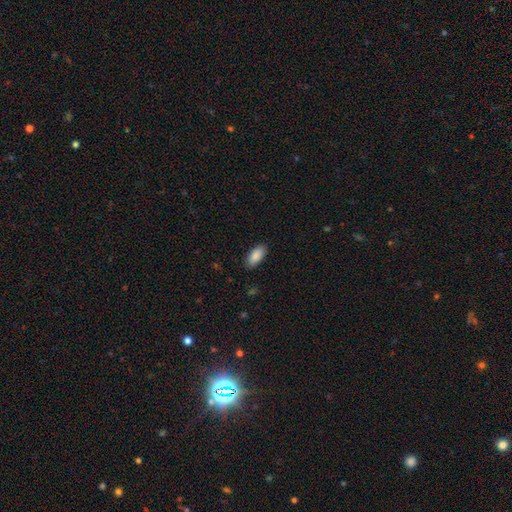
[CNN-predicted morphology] smooth_or_featured: smooth (p=0.89) [alt: star or artifact p=0.06]
how_rounded: in between (p=0.90) [alt: cigar-shaped p=0.08]
merging: none (p=0.88) [alt: minor disturbance p=0.09]